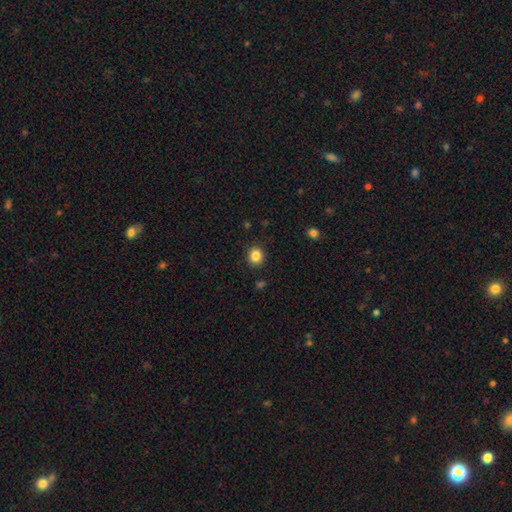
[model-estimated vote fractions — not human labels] Smooth or featured: smooth — 85% (star or artifact — 11%)
How rounded: round — 83% (in between — 16%)
Merging: none — 90% (minor disturbance — 6%)